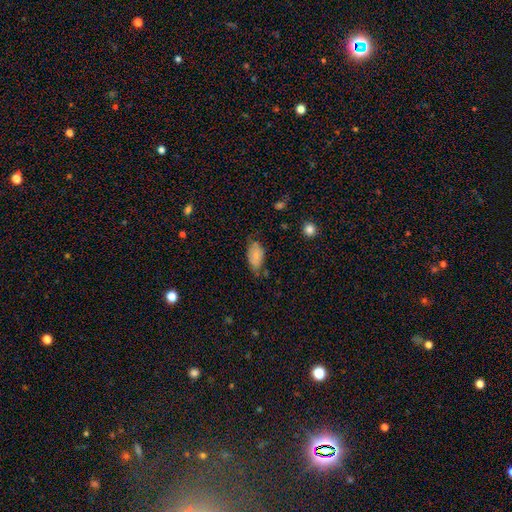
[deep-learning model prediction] smooth_or_featured: smooth (p=0.77) [alt: featured or disk p=0.16]
how_rounded: in between (p=0.93) [alt: round p=0.04]
merging: none (p=0.55) [alt: minor disturbance p=0.34]